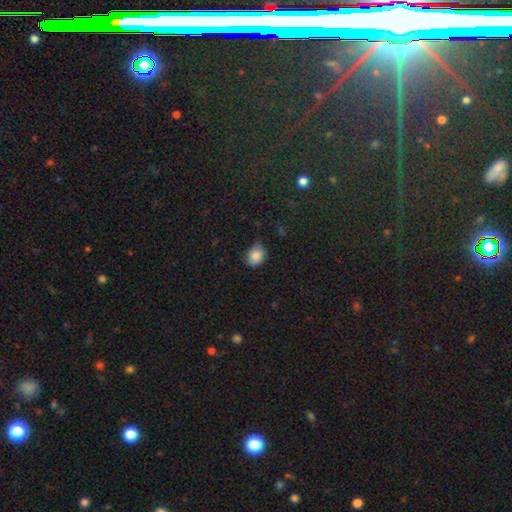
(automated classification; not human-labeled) smooth_or_featured: smooth (p=0.86) [alt: star or artifact p=0.09]
how_rounded: in between (p=0.52) [alt: round p=0.47]
merging: none (p=0.61) [alt: minor disturbance p=0.33]